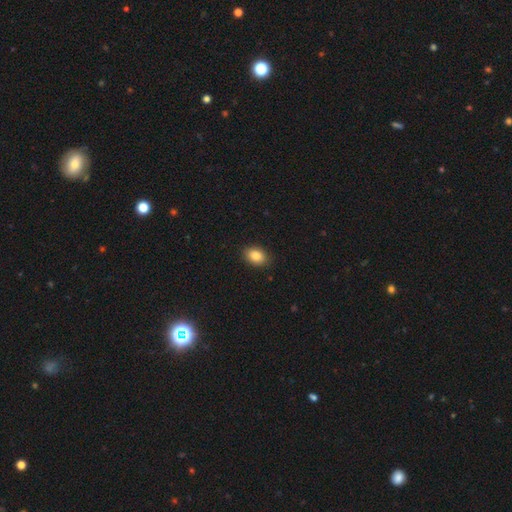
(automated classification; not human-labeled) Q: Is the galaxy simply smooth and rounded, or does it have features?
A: smooth — 86%.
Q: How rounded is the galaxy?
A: in between — 79%.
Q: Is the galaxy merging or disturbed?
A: none — 89%.